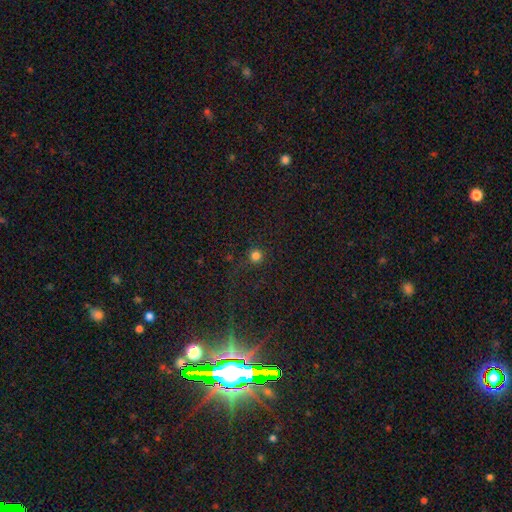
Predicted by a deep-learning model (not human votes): smooth-or-featured: smooth: 79% | star or artifact: 16% | featured or disk: 4%
  how-rounded: round: 95% | in between: 4% | cigar-shaped: 1%
  merging: none: 88% | minor disturbance: 7% | major disturbance: 3% | merger: 2%